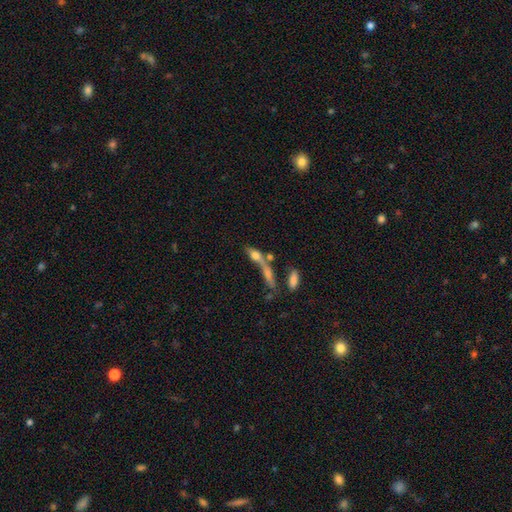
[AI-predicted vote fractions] A smooth galaxy with no disk features (58%) that is in between round and cigar-shaped (46%, tied with cigar-shaped). Merging: merger (46%).